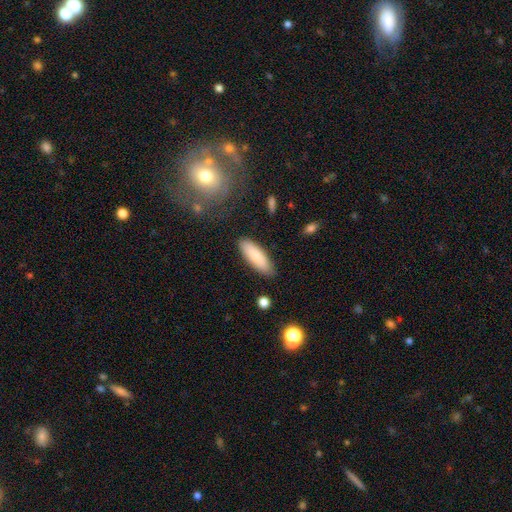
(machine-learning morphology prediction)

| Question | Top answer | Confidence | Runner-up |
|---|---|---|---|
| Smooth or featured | smooth | 86% | featured or disk (8%) |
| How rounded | in between | 53% | cigar-shaped (45%) |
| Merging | none | 85% | minor disturbance (11%) |